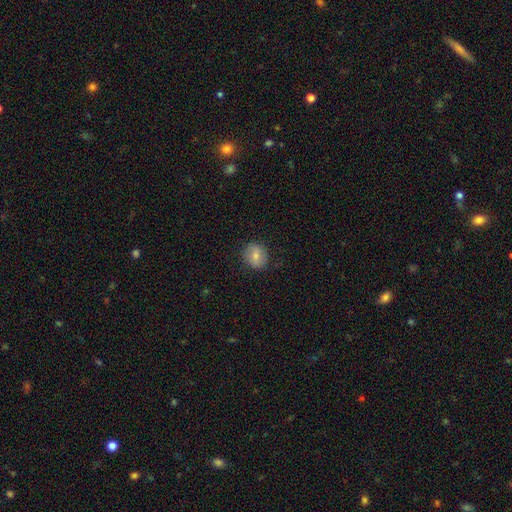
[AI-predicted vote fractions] Smooth or featured? smooth (70%)
How rounded? round (76%)
Merging? none (84%)